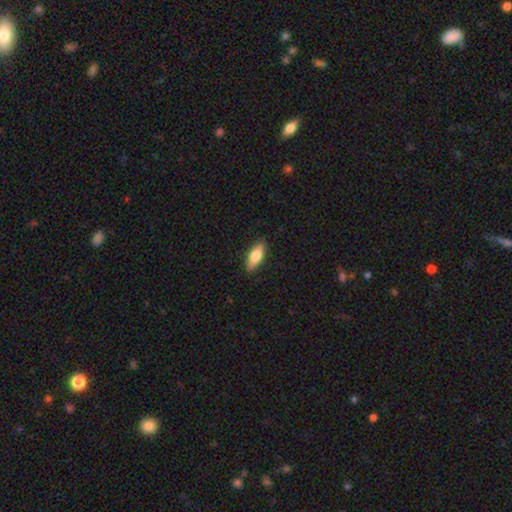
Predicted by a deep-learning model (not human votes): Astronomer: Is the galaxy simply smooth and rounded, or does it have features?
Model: smooth — 73%.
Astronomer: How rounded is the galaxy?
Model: in between — 71%.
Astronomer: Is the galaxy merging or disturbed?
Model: none — 86%.